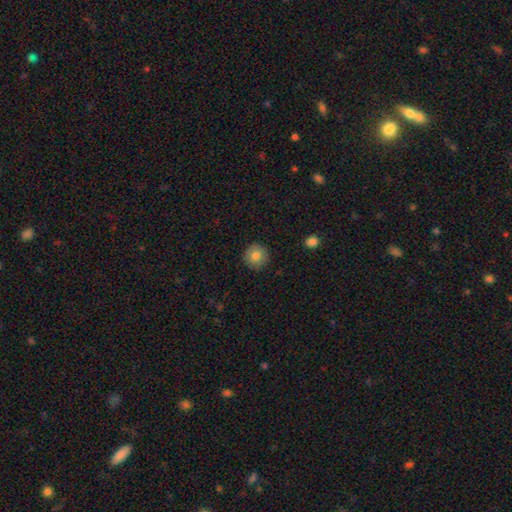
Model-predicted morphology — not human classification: smooth 80%, featured or disk 11%, star or artifact 8%. Down the decision tree: how rounded — round (94%); merging — none (91%).